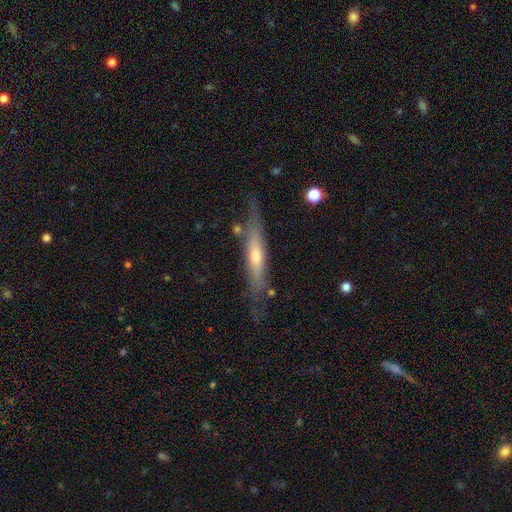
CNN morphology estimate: This is likely a featured or disk galaxy (60%). It is clearly viewed edge-on (85%). Edge-on bulge: likely rounded (68%). Merging: likely none (70%).